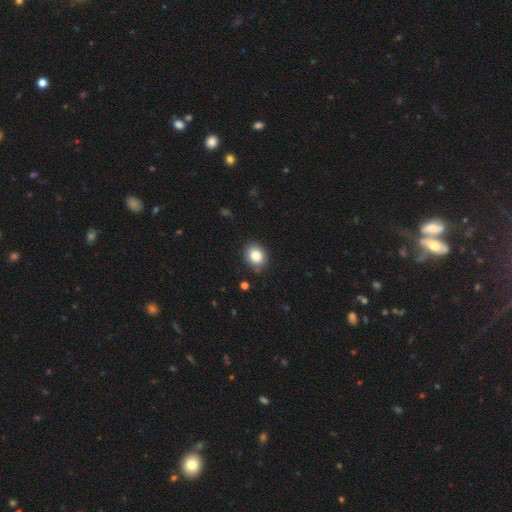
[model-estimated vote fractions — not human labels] smooth 83%, star or artifact 9%, featured or disk 8%. Down the decision tree: how rounded — round (60%); merging — none (87%).